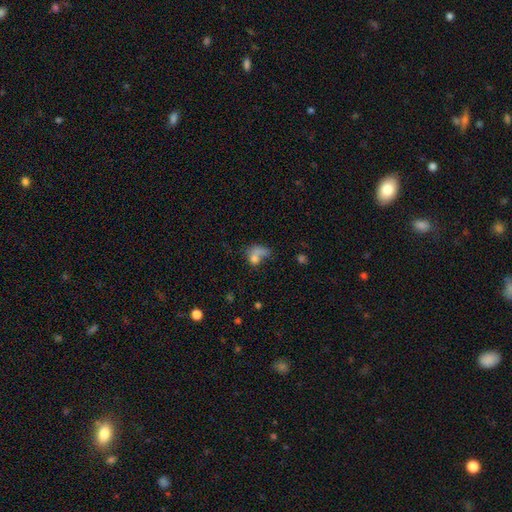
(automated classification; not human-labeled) This is likely a smooth galaxy (69%). How rounded: possibly in between (55%). Merging: marginally merger (39%).